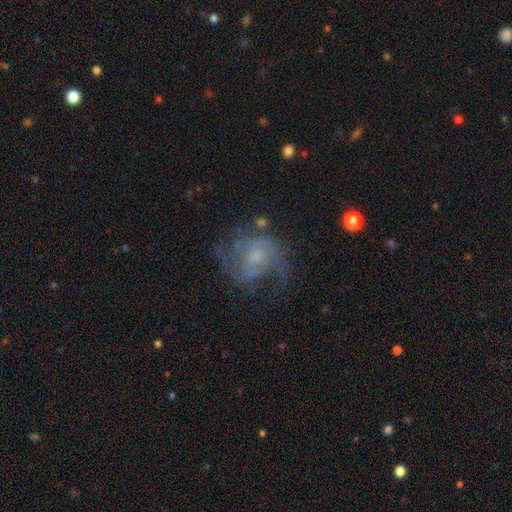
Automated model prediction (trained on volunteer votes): Smooth or featured? featured or disk (73%)
Edge-on disk? no (98%)
Bar? no (58%)
Spiral arms? yes (86%)
Spiral winding? medium (46%)
Spiral arm count? 2 (47%)
Bulge size? small (46%)
Merging? none (58%)